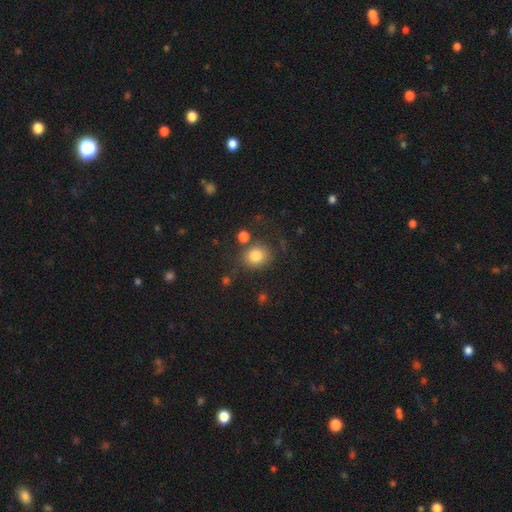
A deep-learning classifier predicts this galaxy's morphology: This appears to be a smooth galaxy with no disk features (82%) that is round (76%). Merging: none (75%).